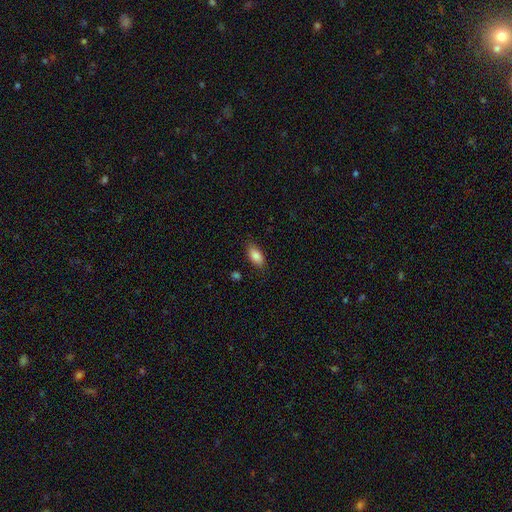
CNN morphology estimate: The model was most divided on "merging": none: 84%, minor disturbance: 12%, major disturbance: 3%, merger: 1%. More confident: how rounded — in between (90%); smooth or featured — smooth (85%).